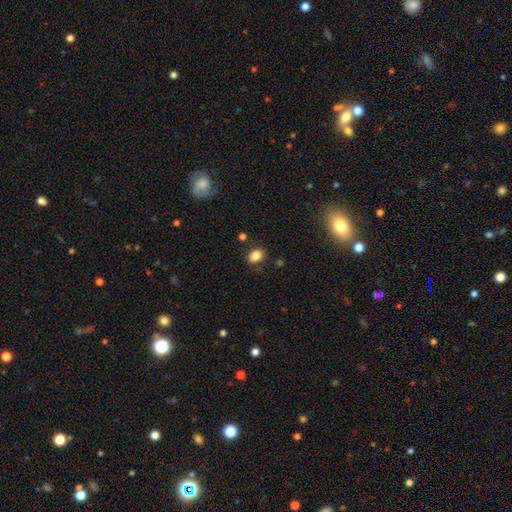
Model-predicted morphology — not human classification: Smooth or featured: smooth — 84% (star or artifact — 10%)
How rounded: in between — 66% (round — 33%)
Merging: none — 81% (minor disturbance — 12%)